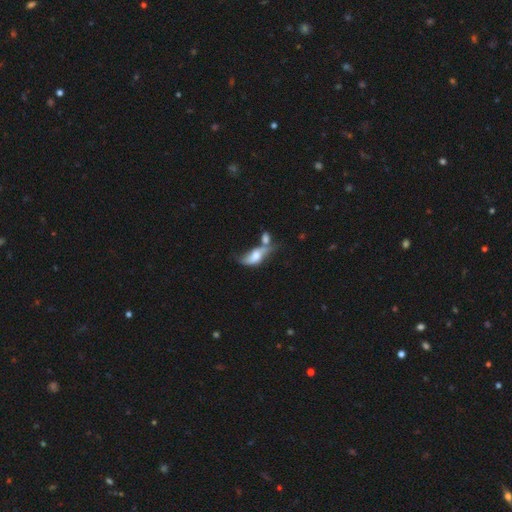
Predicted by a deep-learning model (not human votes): smooth_or_featured: featured or disk (p=0.47) [alt: smooth p=0.44]
merging: merger (p=0.53) [alt: none p=0.19]